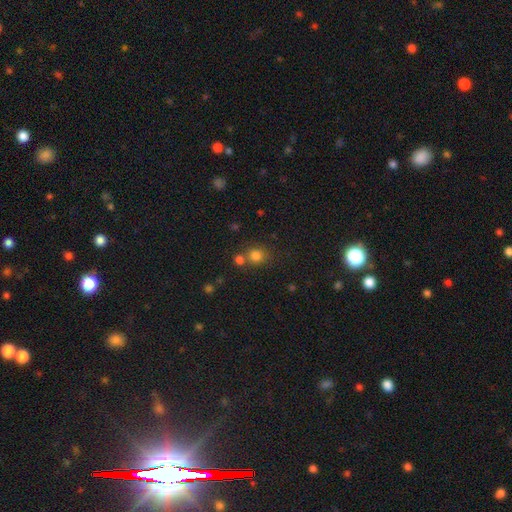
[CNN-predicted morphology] A smooth galaxy with no disk features (79%) that is round (83%). Merging: none (63%).